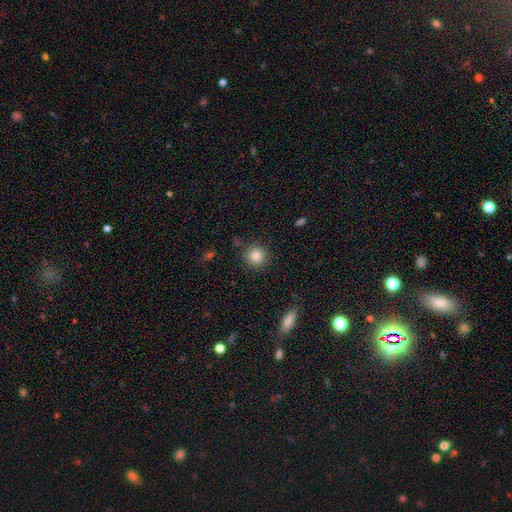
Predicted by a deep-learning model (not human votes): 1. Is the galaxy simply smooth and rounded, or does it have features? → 85% smooth, 9% star or artifact, 5% featured or disk.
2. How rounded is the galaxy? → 92% round, 7% in between, 1% cigar-shaped.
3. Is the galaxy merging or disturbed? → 87% none, 8% minor disturbance, 3% major disturbance, 2% merger.